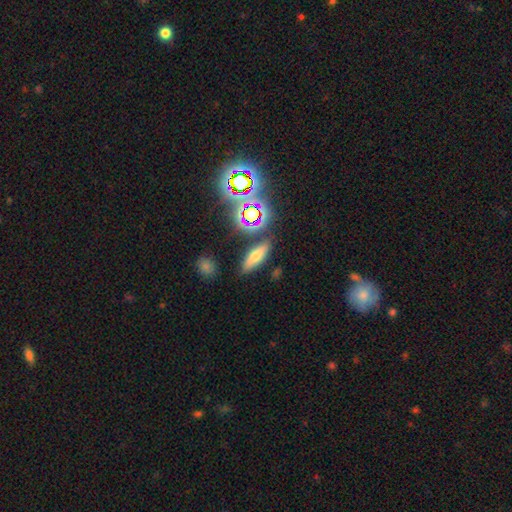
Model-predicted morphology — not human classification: Smooth or featured?
  - smooth: 63% *
  - star or artifact: 19%
  - featured or disk: 18%
How rounded?
  - in between: 49% *
  - cigar-shaped: 44%
  - round: 7%
Merging?
  - none: 83% *
  - minor disturbance: 10%
  - merger: 4%
  - major disturbance: 3%